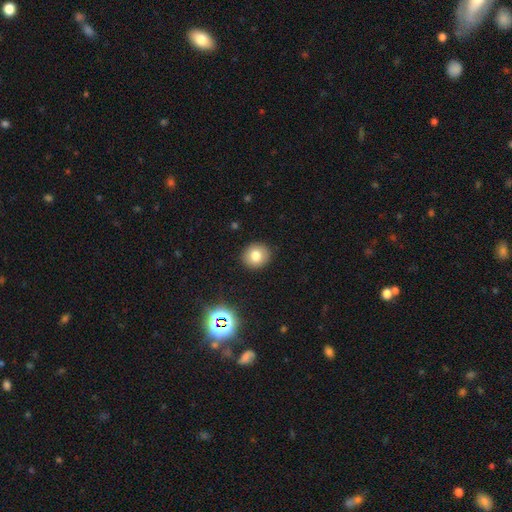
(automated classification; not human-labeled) smooth_or_featured: smooth (p=0.76) [alt: star or artifact p=0.13]
how_rounded: round (p=0.88) [alt: in between p=0.11]
merging: none (p=0.91) [alt: minor disturbance p=0.06]